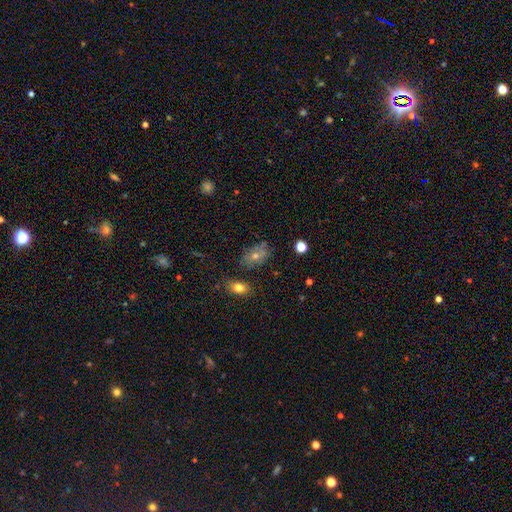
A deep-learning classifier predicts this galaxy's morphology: Smooth or featured: smooth — 46% (featured or disk — 30%)
Merging: none — 73% (minor disturbance — 16%)